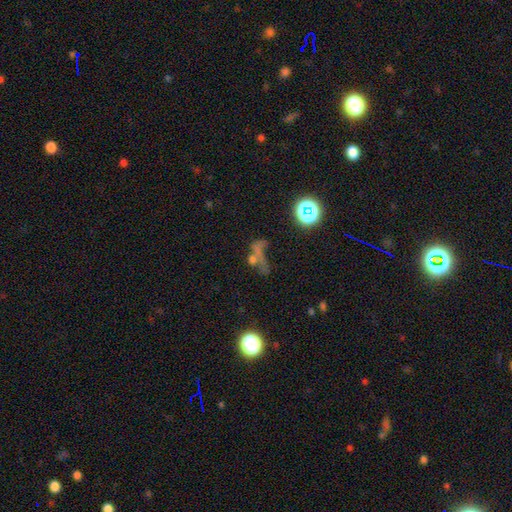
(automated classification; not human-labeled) Smooth or featured? smooth (41%)
Merging? merger (33%)